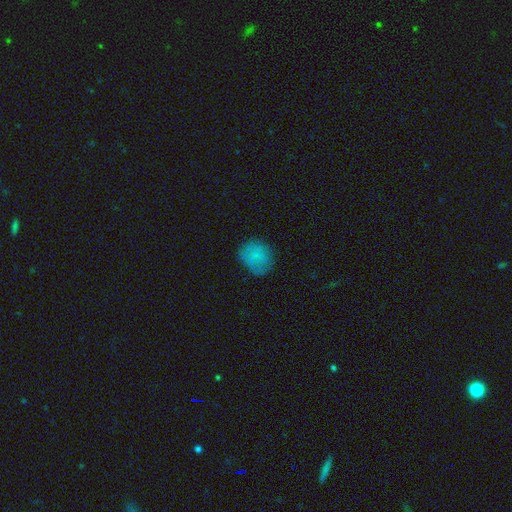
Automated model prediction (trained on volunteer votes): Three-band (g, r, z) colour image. It shows a smooth galaxy with no disk features (78%) that is round (70%). Merging: none (69%).